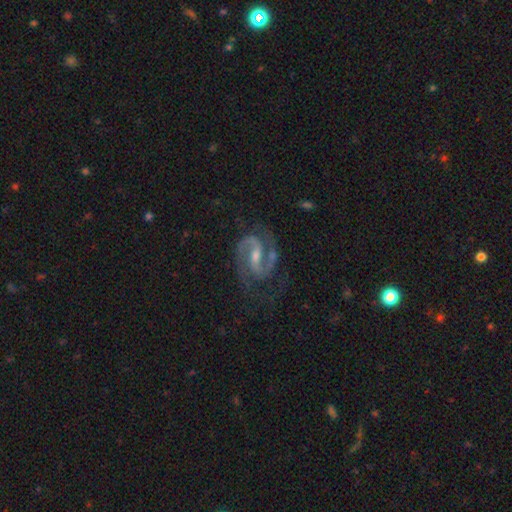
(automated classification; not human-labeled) Smooth or featured?
  - featured or disk: 91% *
  - star or artifact: 5%
  - smooth: 4%
Edge-on disk?
  - no: 98% *
  - yes: 2%
Bar?
  - weak: 44% *
  - strong: 41%
  - no: 15%
Spiral arms?
  - yes: 98% *
  - no: 2%
Spiral winding?
  - medium: 62% *
  - tight: 23%
  - loose: 14%
Spiral arm count?
  - 2: 93% *
  - can't tell: 2%
  - 3: 1%
  - 1: 1%
  - 4: 1%
  - more than 4: 1%
Bulge size?
  - moderate: 47% *
  - small: 45%
  - none: 5%
  - large: 3%
  - dominant: 1%
Merging?
  - none: 71% *
  - minor disturbance: 17%
  - major disturbance: 9%
  - merger: 2%